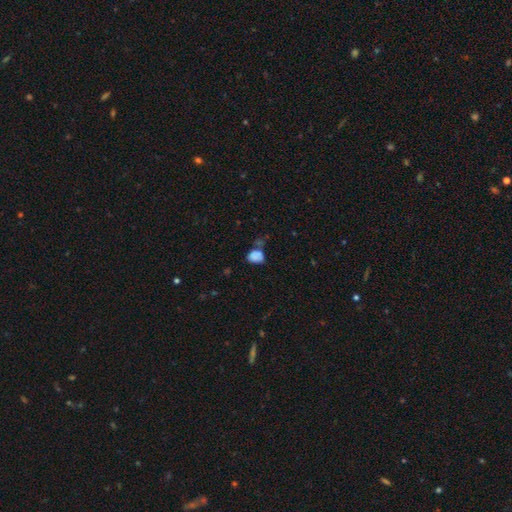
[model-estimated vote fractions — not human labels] This appears to be a smooth galaxy with no disk features (77%) that is in between round and cigar-shaped (66%). Merging: none (38%).